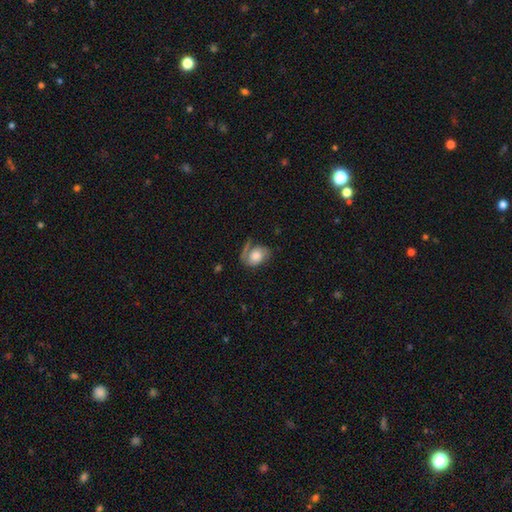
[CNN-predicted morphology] A smooth galaxy with no disk features (56%) that is in between round and cigar-shaped (73%). Merging: none (48%).